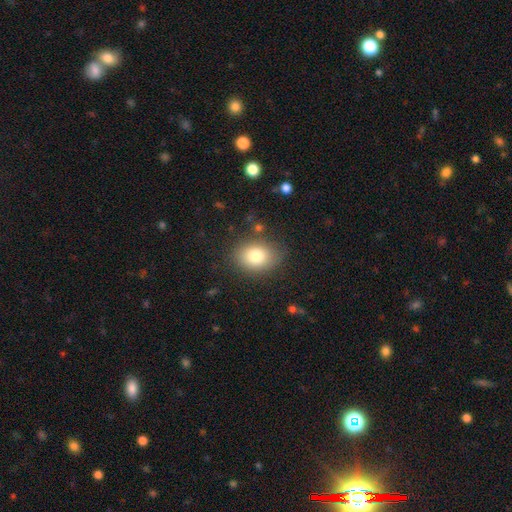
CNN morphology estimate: Q: Smooth or featured?
A: smooth (81%); runner-up: featured or disk (10%)
Q: How rounded?
A: in between (62%); runner-up: round (37%)
Q: Merging?
A: none (81%); runner-up: minor disturbance (13%)